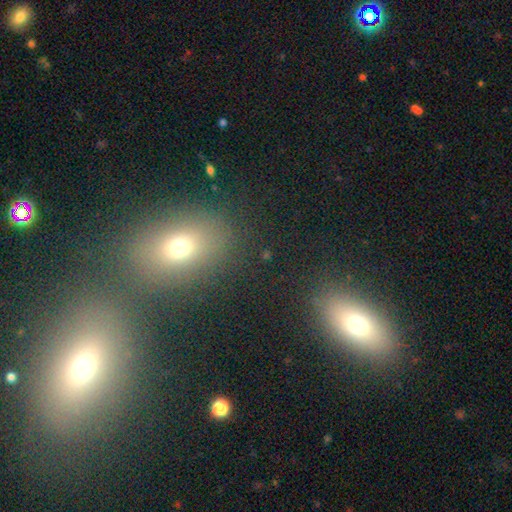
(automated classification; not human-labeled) smooth 63%, star or artifact 21%, featured or disk 17%. Down the decision tree: how rounded — in between (79%); merging — none (73%).